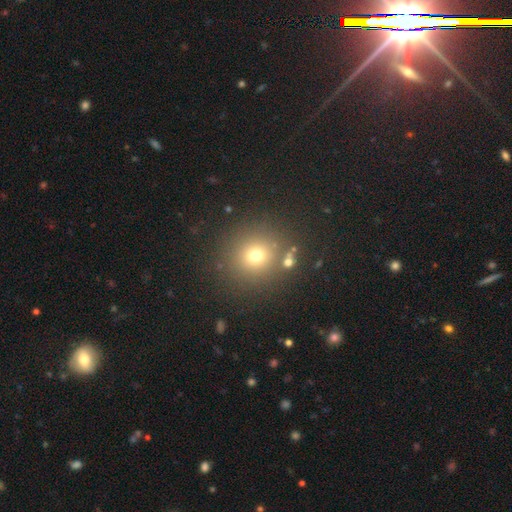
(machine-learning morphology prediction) Smooth or featured? smooth (69%)
How rounded? round (92%)
Merging? none (83%)